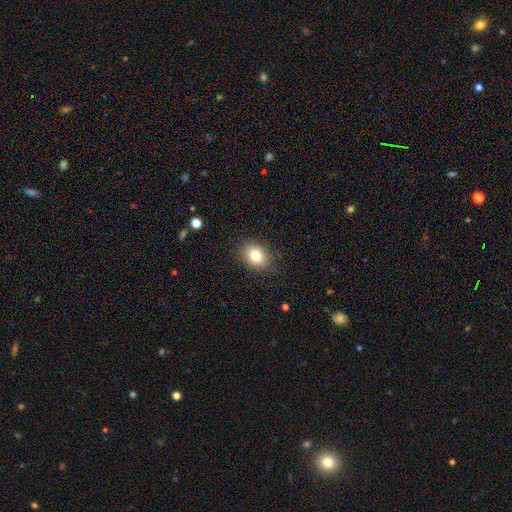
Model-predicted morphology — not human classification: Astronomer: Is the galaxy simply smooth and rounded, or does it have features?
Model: smooth — 80%.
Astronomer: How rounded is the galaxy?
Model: in between — 58% (runner-up: round, 41%).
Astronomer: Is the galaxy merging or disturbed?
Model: none — 85%.